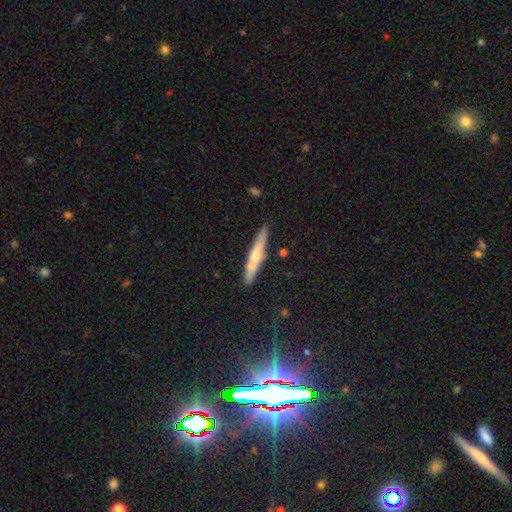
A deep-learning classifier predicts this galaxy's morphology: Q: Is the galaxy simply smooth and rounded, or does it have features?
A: smooth — 56%.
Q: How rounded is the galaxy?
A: cigar-shaped — 91%.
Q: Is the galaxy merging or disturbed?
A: none — 79%.